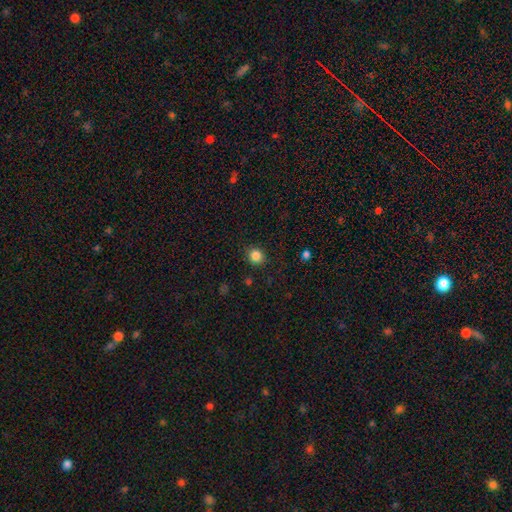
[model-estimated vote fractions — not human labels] This is clearly a smooth galaxy (84%). How rounded: clearly round (85%). Merging: clearly none (89%).